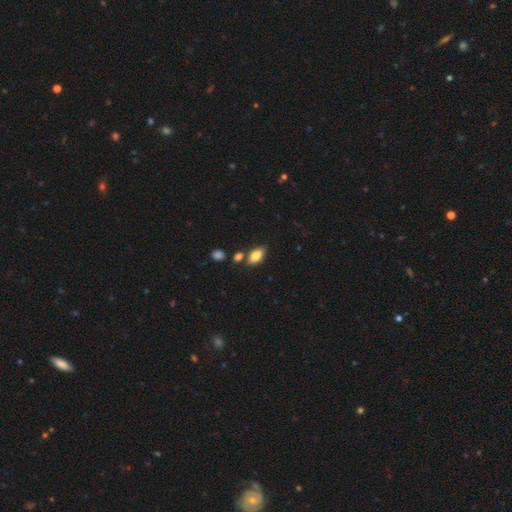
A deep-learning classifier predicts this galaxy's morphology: Smooth or featured? smooth (80%)
How rounded? in between (88%)
Merging? none (75%)